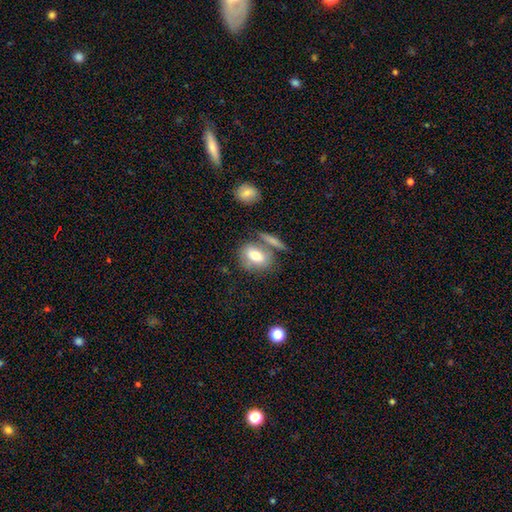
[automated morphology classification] Smooth or featured? smooth (71%)
How rounded? in between (72%)
Merging? none (50%)